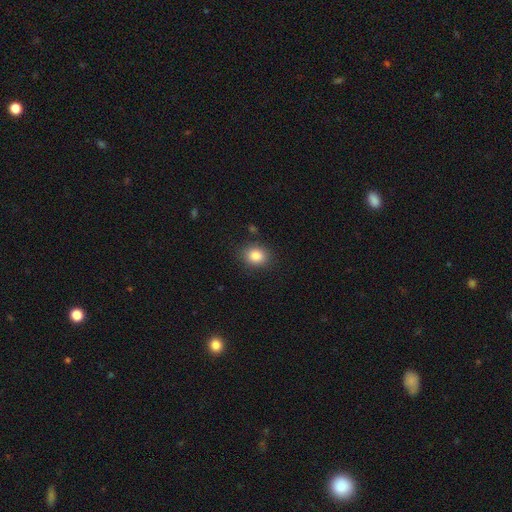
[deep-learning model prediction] Overall: smooth (85%). How rounded: round (64%; in between 35%). Merging: none (85%).